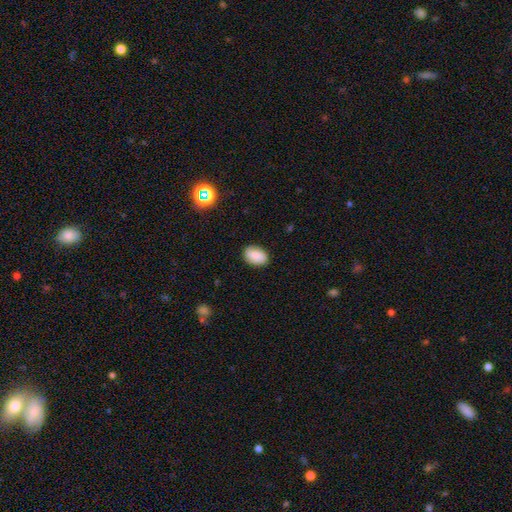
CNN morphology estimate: Smooth or featured?
  - smooth: 85% *
  - star or artifact: 8%
  - featured or disk: 7%
How rounded?
  - in between: 84% *
  - round: 15%
  - cigar-shaped: 1%
Merging?
  - none: 83% *
  - minor disturbance: 13%
  - major disturbance: 3%
  - merger: 1%